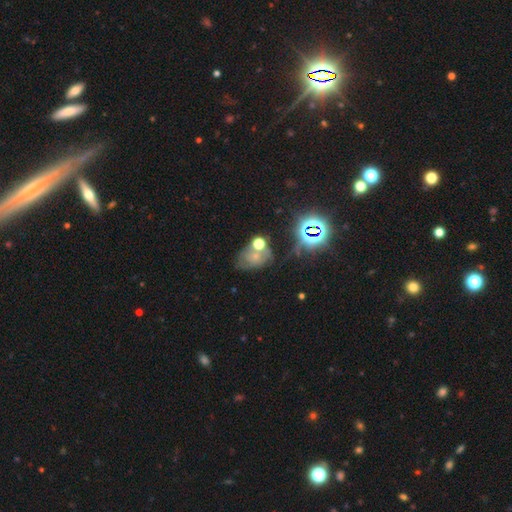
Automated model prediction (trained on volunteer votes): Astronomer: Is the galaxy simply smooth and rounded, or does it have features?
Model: smooth — 38% (runner-up: star or artifact, 32%).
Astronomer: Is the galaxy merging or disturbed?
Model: none — 42% (runner-up: minor disturbance, 22%).